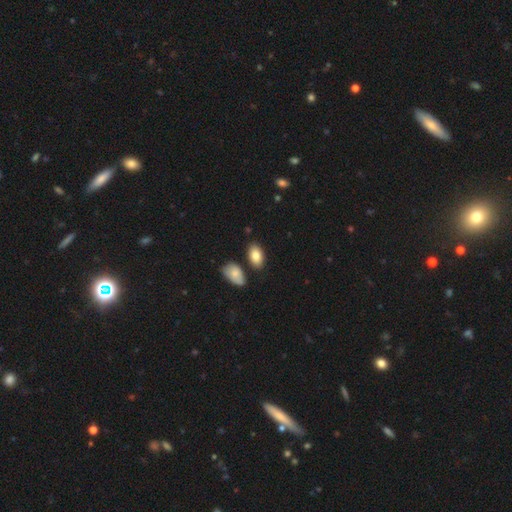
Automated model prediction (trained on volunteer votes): Q: Smooth or featured?
A: smooth (83%); runner-up: featured or disk (10%)
Q: How rounded?
A: in between (93%); runner-up: round (5%)
Q: Merging?
A: none (77%); runner-up: minor disturbance (12%)